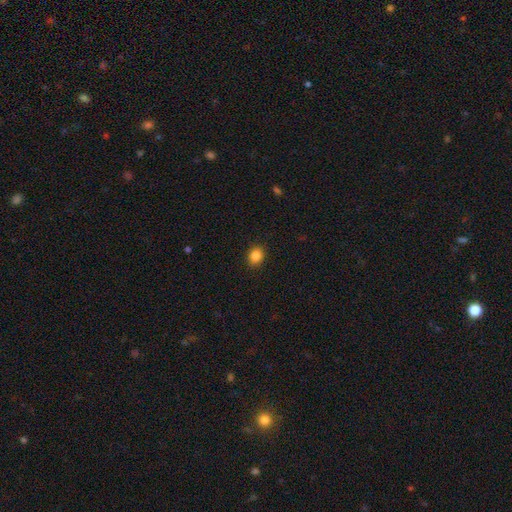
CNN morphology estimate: Q: Smooth or featured?
A: smooth (86%); runner-up: star or artifact (10%)
Q: How rounded?
A: round (59%); runner-up: in between (40%)
Q: Merging?
A: none (90%); runner-up: minor disturbance (7%)